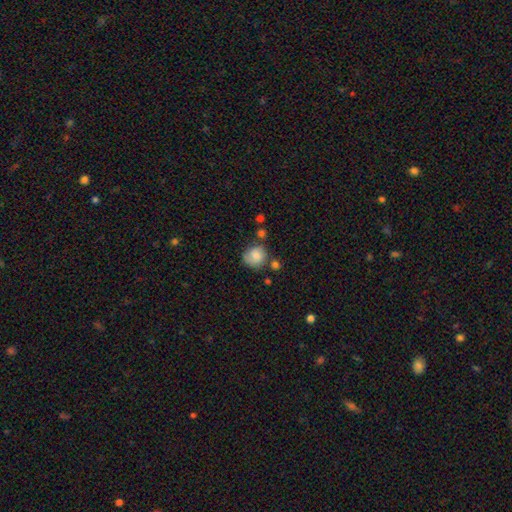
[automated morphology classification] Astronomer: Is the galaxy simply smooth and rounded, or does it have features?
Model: smooth — 79%.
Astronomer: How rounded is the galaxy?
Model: round — 80%.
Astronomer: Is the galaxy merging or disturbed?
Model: none — 61%.